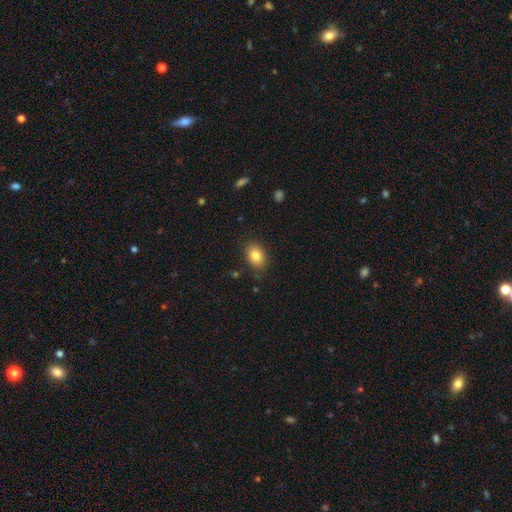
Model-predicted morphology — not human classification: Smooth or featured: smooth — 82% (star or artifact — 9%)
How rounded: in between — 74% (round — 25%)
Merging: none — 84% (minor disturbance — 11%)